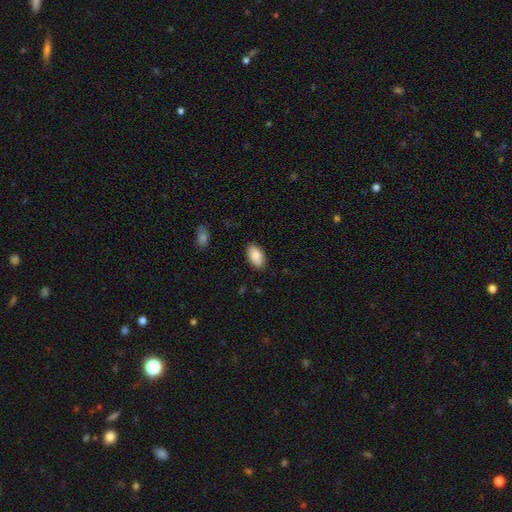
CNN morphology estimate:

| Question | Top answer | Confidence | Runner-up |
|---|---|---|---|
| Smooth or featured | smooth | 87% | featured or disk (7%) |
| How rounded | in between | 94% | round (4%) |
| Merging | none | 86% | minor disturbance (10%) |